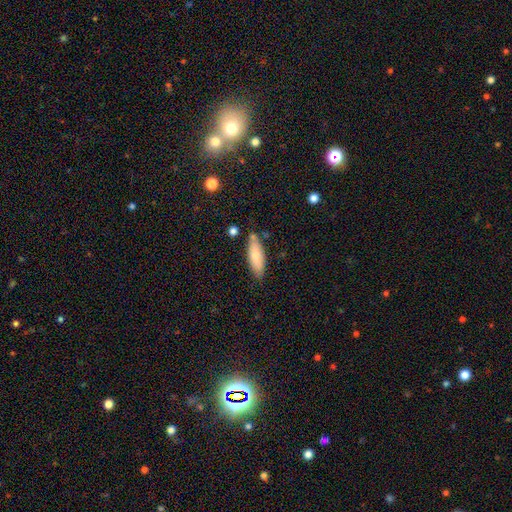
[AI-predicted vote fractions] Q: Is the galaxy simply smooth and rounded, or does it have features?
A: smooth — 77%.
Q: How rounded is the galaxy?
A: in between — 56%.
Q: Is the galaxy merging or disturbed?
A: none — 76%.